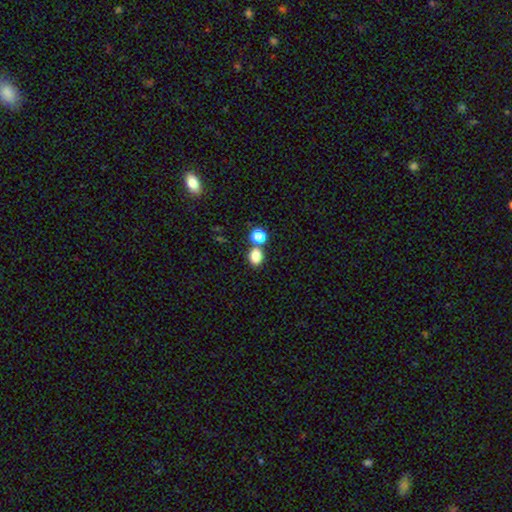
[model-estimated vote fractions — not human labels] Smooth or featured: smooth — 83% (star or artifact — 12%)
How rounded: in between — 55% (round — 44%)
Merging: none — 67% (merger — 20%)